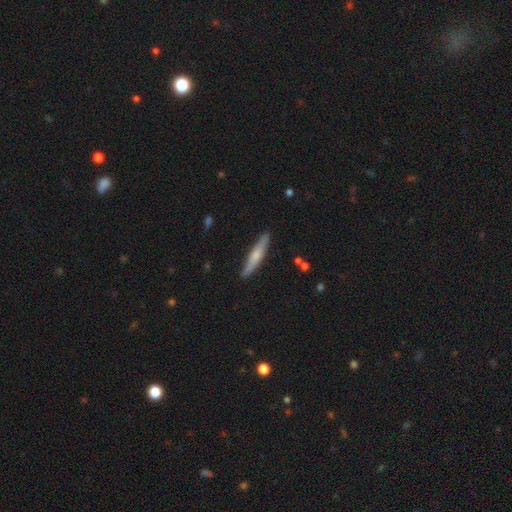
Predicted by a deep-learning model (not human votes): A smooth galaxy with no disk features (51%) that is cigar-shaped (91%). Merging: none (89%).